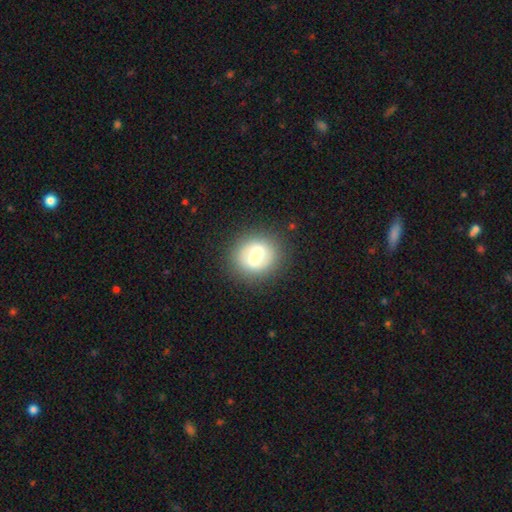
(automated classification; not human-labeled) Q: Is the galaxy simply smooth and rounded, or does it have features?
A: featured or disk — 50%.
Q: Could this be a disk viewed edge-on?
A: no — 94%.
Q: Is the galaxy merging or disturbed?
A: none — 81%.